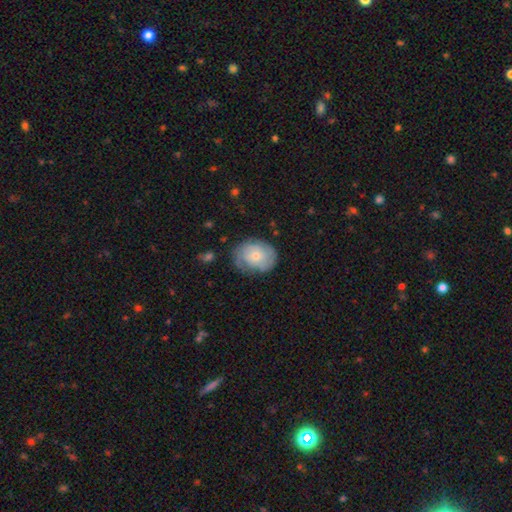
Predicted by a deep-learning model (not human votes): Smooth or featured: smooth — 57% (featured or disk — 36%)
How rounded: round — 53% (in between — 47%)
Merging: none — 64% (minor disturbance — 26%)